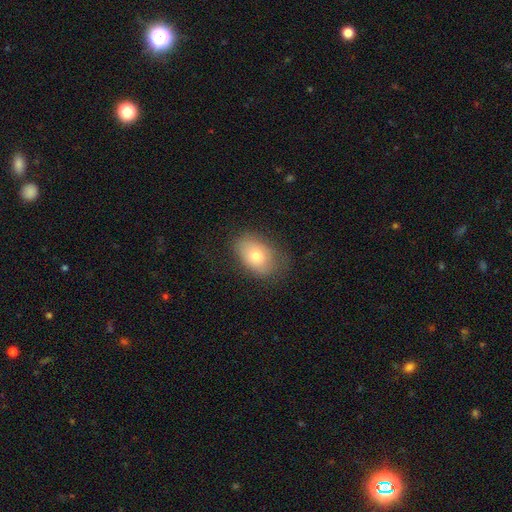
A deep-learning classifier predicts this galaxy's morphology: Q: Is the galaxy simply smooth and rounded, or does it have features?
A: smooth — 74%.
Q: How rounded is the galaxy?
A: in between — 85%.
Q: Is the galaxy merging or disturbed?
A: none — 72%.